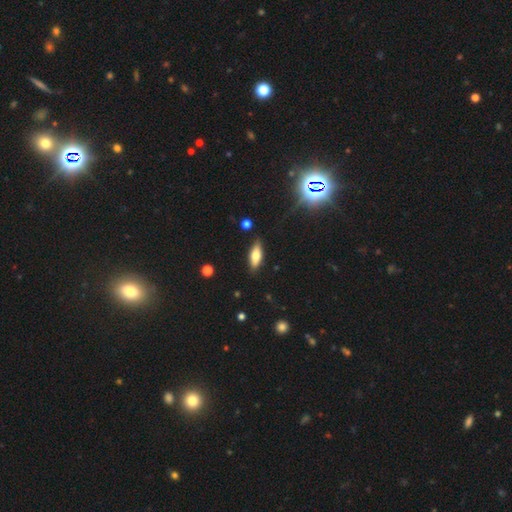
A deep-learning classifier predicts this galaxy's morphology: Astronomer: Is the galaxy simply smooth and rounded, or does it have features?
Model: smooth — 65%.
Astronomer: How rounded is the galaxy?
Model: in between — 66%.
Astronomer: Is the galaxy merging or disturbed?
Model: none — 84%.